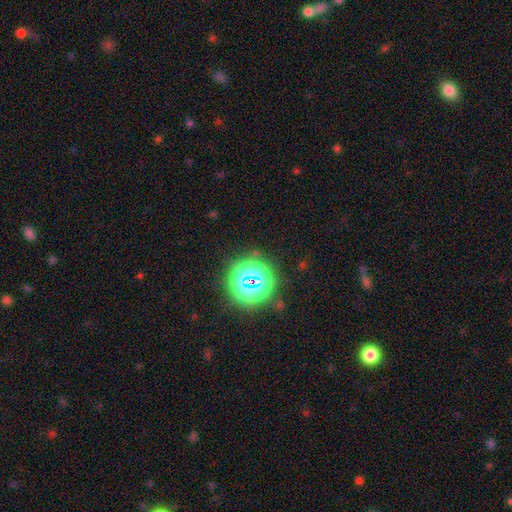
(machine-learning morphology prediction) smooth_or_featured: star or artifact (p=0.70) [alt: smooth p=0.21]